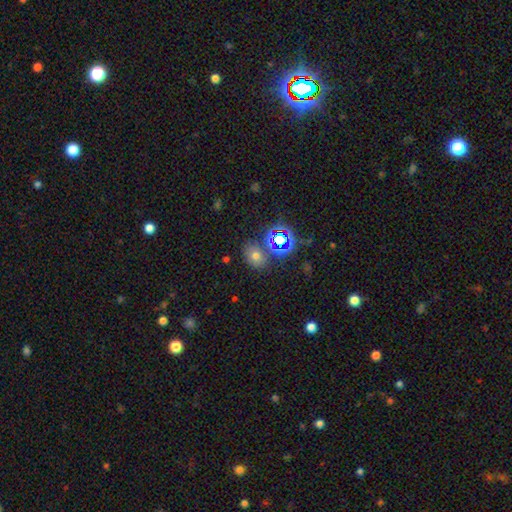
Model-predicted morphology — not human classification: This appears to be a smooth galaxy with no disk features (60%) that is in between round and cigar-shaped (54%). Merging: none (74%).